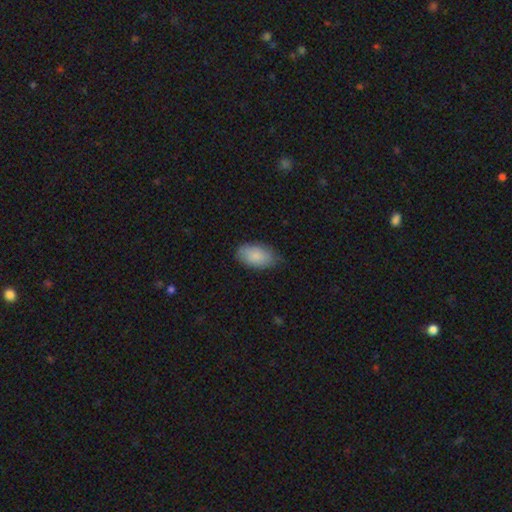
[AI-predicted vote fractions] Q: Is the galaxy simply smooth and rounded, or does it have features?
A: smooth — 86%.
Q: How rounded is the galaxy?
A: in between — 94%.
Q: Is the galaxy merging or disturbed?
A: none — 76%.